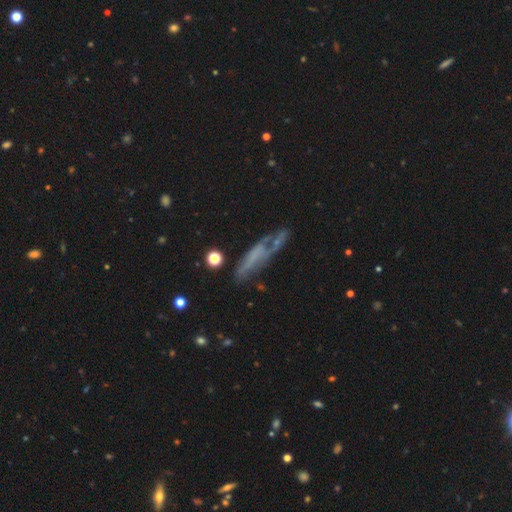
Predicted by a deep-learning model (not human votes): Q: Smooth or featured?
A: featured or disk (52%); runner-up: smooth (36%)
Q: Edge-on disk?
A: no (55%); runner-up: yes (45%)
Q: Merging?
A: none (47%); runner-up: minor disturbance (24%)